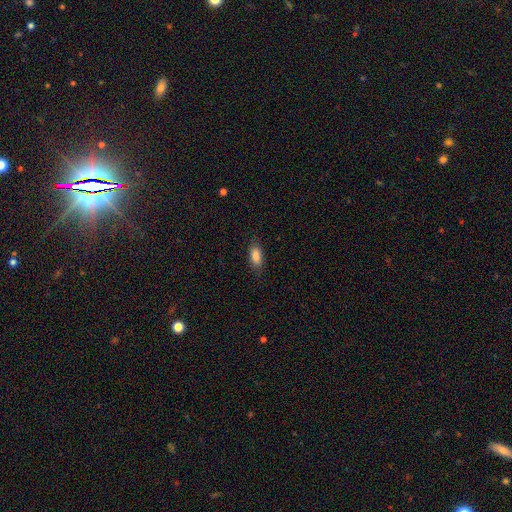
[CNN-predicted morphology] Smooth or featured: smooth — 86% (star or artifact — 8%)
How rounded: in between — 84% (cigar-shaped — 12%)
Merging: none — 83% (minor disturbance — 13%)